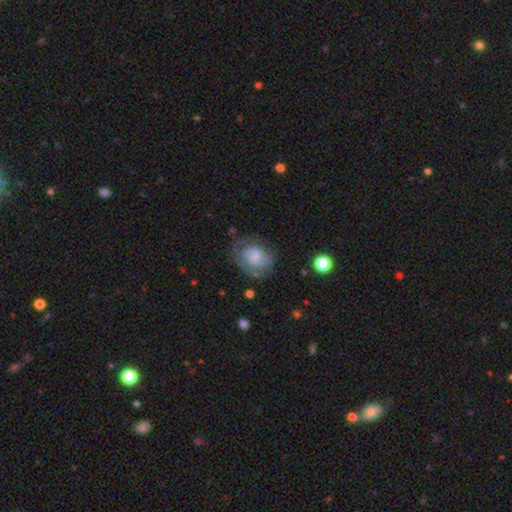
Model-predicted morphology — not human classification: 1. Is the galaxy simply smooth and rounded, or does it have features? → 47% featured or disk, 41% smooth, 11% star or artifact.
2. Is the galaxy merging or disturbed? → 60% none, 23% minor disturbance, 15% major disturbance, 2% merger.